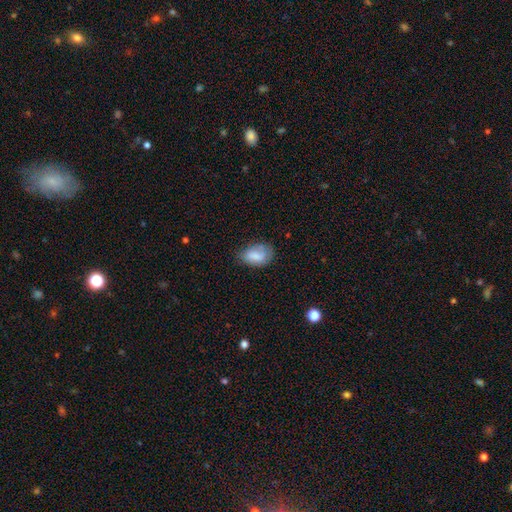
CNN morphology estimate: type=smooth (74%); roundness=in between (85%); merging=none (59%).